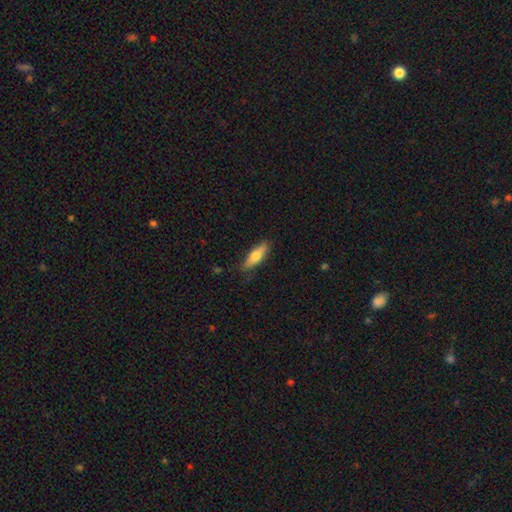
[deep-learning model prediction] Smooth or featured: smooth — 67% (featured or disk — 27%)
How rounded: cigar-shaped — 50% (in between — 47%)
Merging: none — 83% (minor disturbance — 14%)